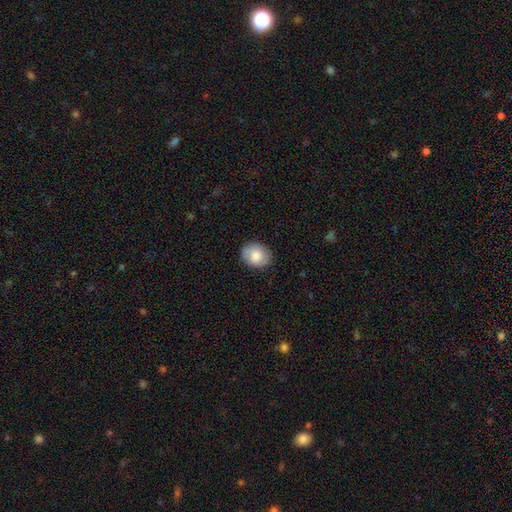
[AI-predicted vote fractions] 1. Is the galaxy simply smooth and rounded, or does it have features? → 82% smooth, 11% featured or disk, 7% star or artifact.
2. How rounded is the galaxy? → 52% round, 47% in between, 1% cigar-shaped.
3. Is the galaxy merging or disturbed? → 86% none, 10% minor disturbance, 3% major disturbance, 1% merger.